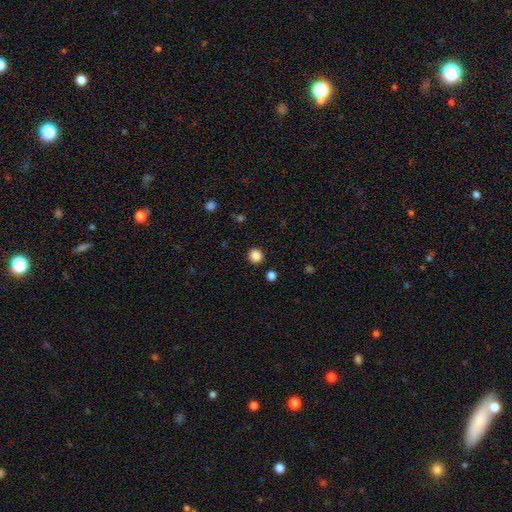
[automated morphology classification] Smooth or featured? Predicted: smooth (p=0.86). How rounded? Predicted: round (p=0.88). Merging? Predicted: none (p=0.90).